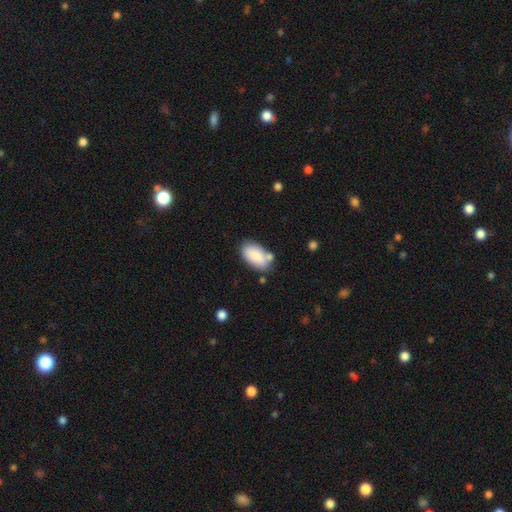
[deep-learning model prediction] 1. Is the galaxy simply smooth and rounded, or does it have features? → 86% smooth, 8% featured or disk, 7% star or artifact.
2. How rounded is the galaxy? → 95% in between, 3% round, 2% cigar-shaped.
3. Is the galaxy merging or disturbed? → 67% none, 17% minor disturbance, 11% merger, 5% major disturbance.